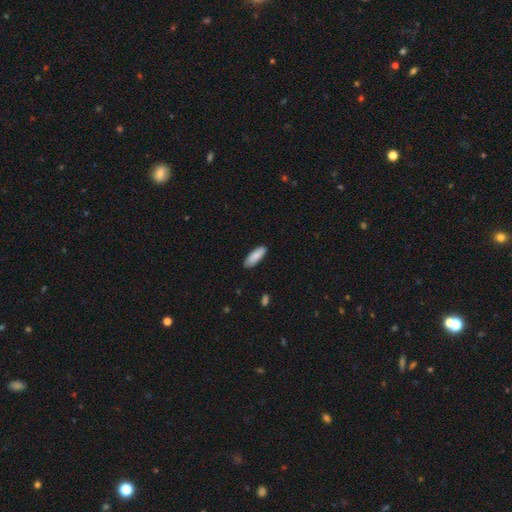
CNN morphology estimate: smooth_or_featured: smooth (p=0.86) [alt: featured or disk p=0.08]
how_rounded: in between (p=0.62) [alt: cigar-shaped p=0.37]
merging: none (p=0.86) [alt: minor disturbance p=0.11]